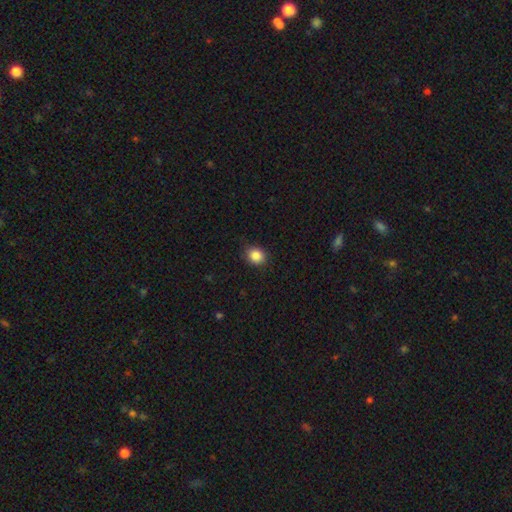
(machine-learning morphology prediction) Overall: smooth (87%). How rounded: round (73%). Merging: none (87%).